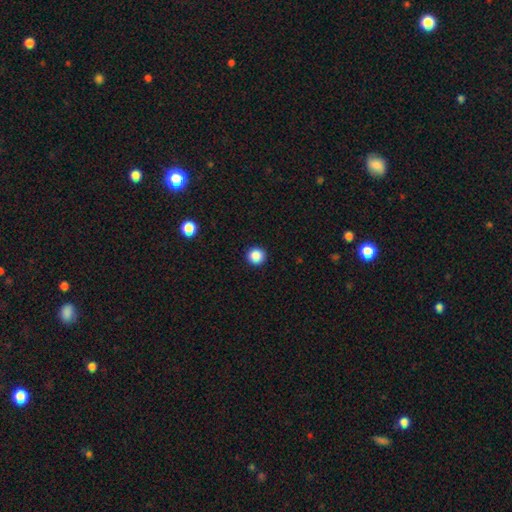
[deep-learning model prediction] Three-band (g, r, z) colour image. It shows a smooth galaxy with no disk features (87%) that is round (96%). Merging: none (93%).